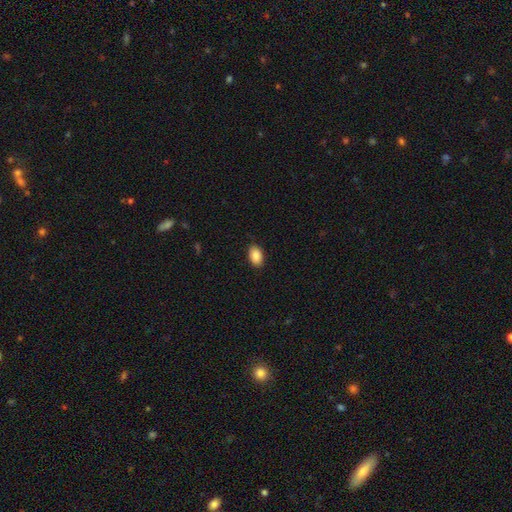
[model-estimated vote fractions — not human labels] smooth_or_featured: smooth (p=0.89) [alt: star or artifact p=0.07]
how_rounded: in between (p=0.91) [alt: round p=0.08]
merging: none (p=0.87) [alt: minor disturbance p=0.10]